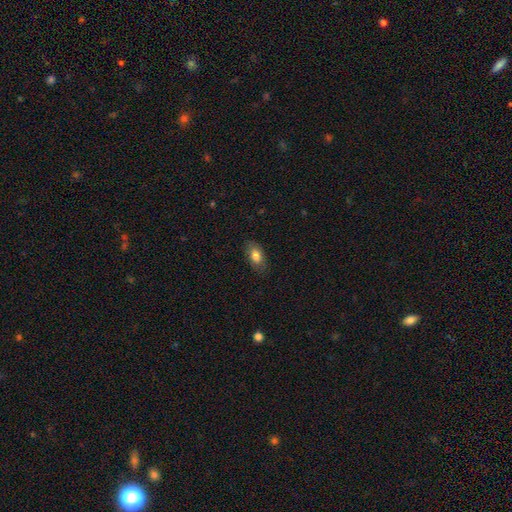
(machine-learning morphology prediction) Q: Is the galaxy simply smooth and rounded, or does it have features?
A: smooth — 81%.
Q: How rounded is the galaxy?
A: in between — 90%.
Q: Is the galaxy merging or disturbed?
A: none — 82%.